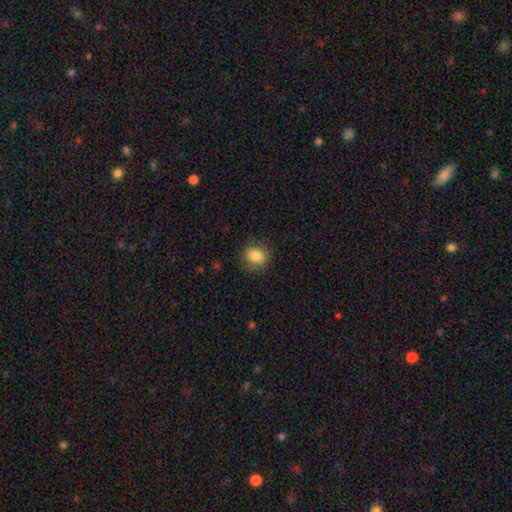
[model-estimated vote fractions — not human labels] smooth 84%, star or artifact 9%, featured or disk 7%. Down the decision tree: how rounded — round (76%); merging — none (84%).